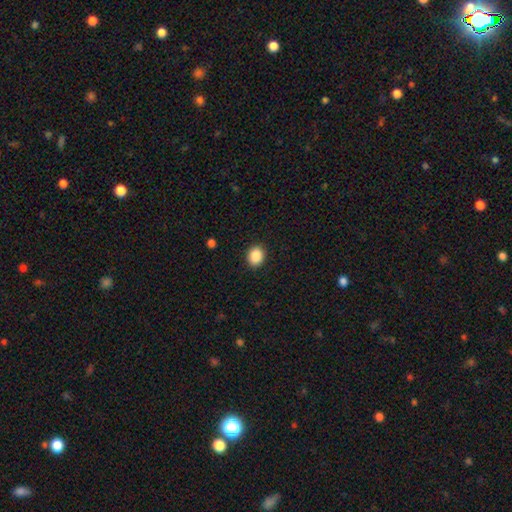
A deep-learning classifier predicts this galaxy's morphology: Overall: smooth (88%). How rounded: round (61%; in between 38%). Merging: none (90%).